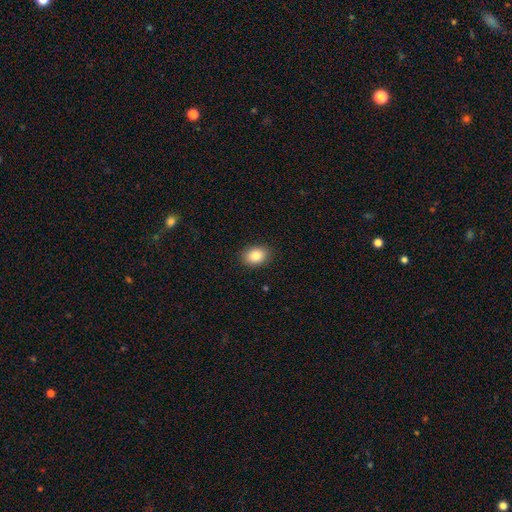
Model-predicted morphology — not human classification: The model was most divided on "how rounded": in between: 70%, round: 29%, cigar-shaped: 1%. More confident: merging — none (89%); smooth or featured — smooth (86%).